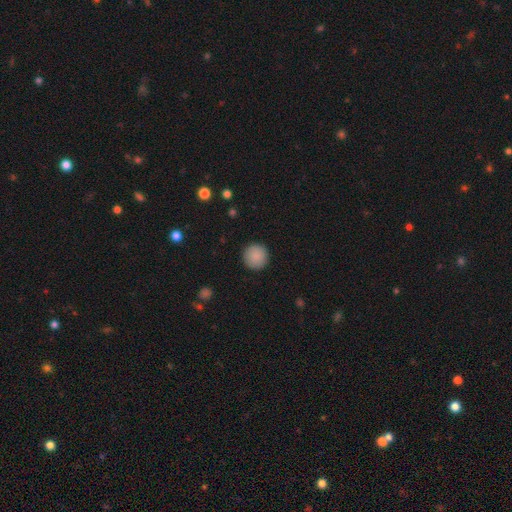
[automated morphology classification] type=smooth (89%); roundness=round (95%); merging=none (92%).